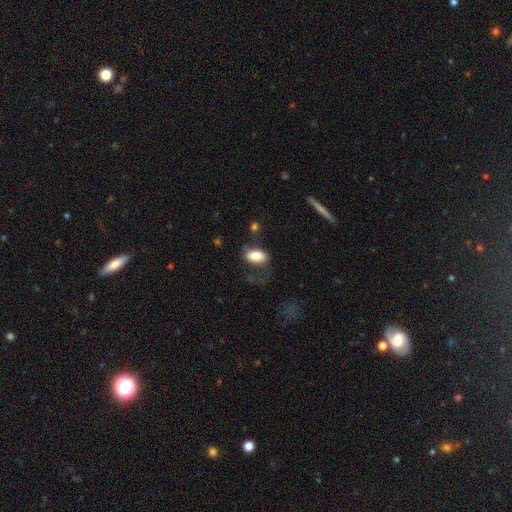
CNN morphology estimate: Smooth or featured?
  - smooth: 81% *
  - featured or disk: 12%
  - star or artifact: 7%
How rounded?
  - in between: 92% *
  - round: 5%
  - cigar-shaped: 2%
Merging?
  - none: 50% *
  - minor disturbance: 24%
  - major disturbance: 22%
  - merger: 4%